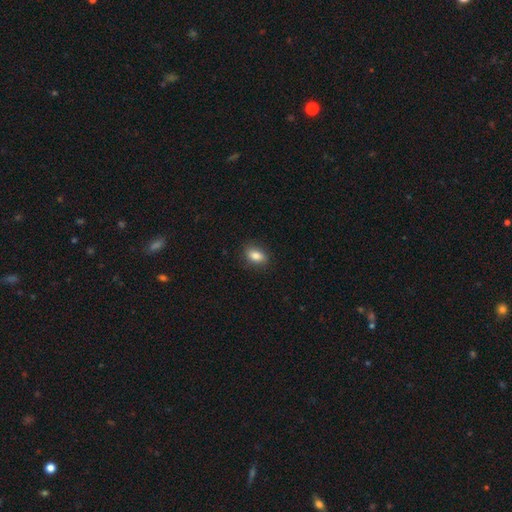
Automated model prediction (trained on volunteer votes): Smooth or featured?
  - smooth: 83% *
  - featured or disk: 8%
  - star or artifact: 8%
How rounded?
  - in between: 83% *
  - round: 14%
  - cigar-shaped: 3%
Merging?
  - none: 83% *
  - minor disturbance: 13%
  - major disturbance: 3%
  - merger: 1%